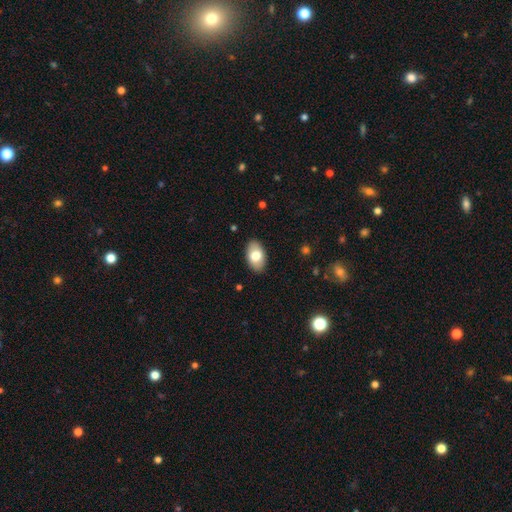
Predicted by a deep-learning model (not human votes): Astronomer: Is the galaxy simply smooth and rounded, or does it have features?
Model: smooth — 77%.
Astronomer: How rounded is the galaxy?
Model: in between — 93%.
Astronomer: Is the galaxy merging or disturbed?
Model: none — 88%.